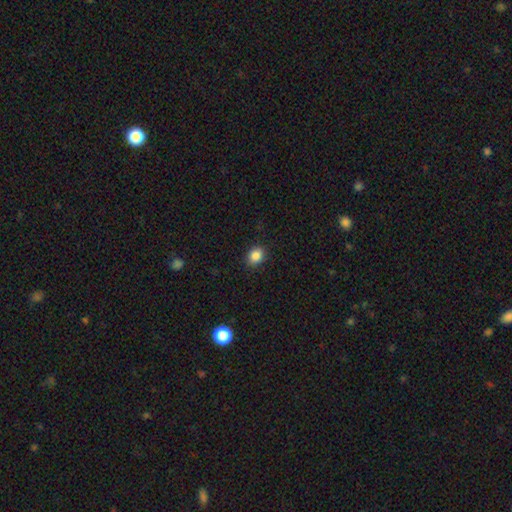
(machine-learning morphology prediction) Q: Smooth or featured?
A: smooth (86%); runner-up: star or artifact (10%)
Q: How rounded?
A: round (55%); runner-up: in between (44%)
Q: Merging?
A: none (89%); runner-up: minor disturbance (7%)